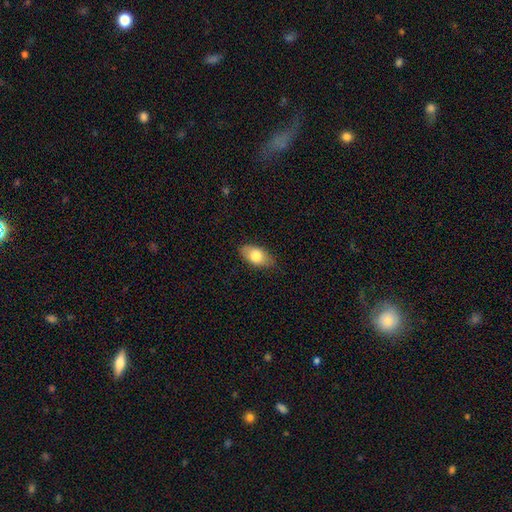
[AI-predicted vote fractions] smooth-or-featured: smooth: 76% | featured or disk: 18% | star or artifact: 7%
  how-rounded: in between: 91% | round: 6% | cigar-shaped: 3%
  merging: none: 80% | minor disturbance: 16% | major disturbance: 3% | merger: 1%